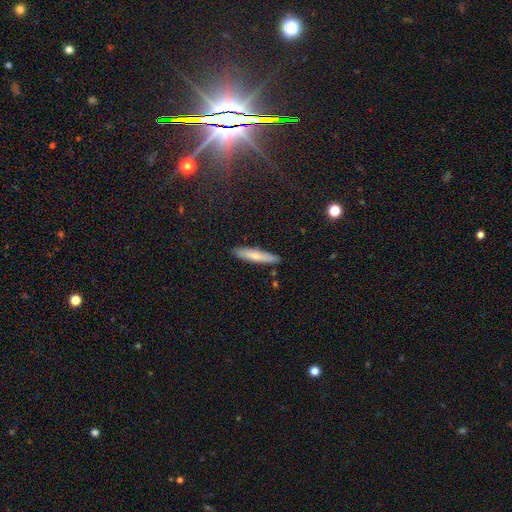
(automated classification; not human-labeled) Smooth or featured? smooth (70%)
How rounded? cigar-shaped (88%)
Merging? none (88%)